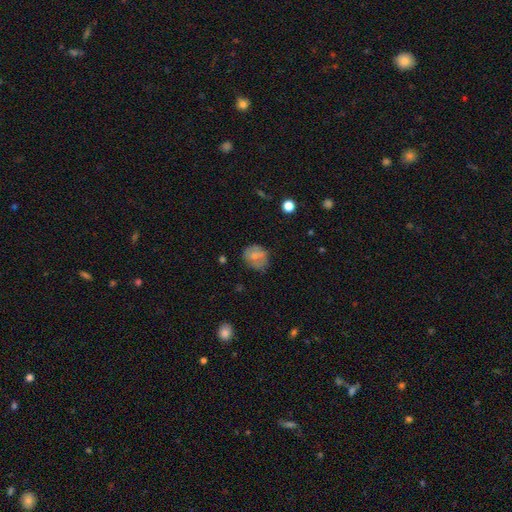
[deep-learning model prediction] smooth 69%, featured or disk 21%, star or artifact 10%. Down the decision tree: how rounded — round (64%); merging — none (58%).